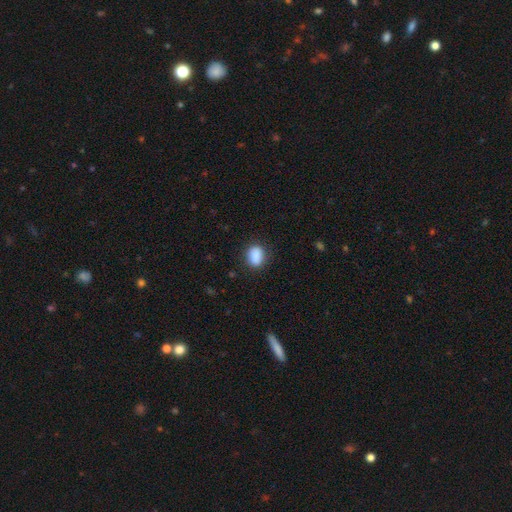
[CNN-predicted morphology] Smooth or featured?
  - smooth: 88% *
  - star or artifact: 8%
  - featured or disk: 4%
How rounded?
  - in between: 70% *
  - round: 28%
  - cigar-shaped: 2%
Merging?
  - none: 81% *
  - minor disturbance: 14%
  - major disturbance: 4%
  - merger: 1%